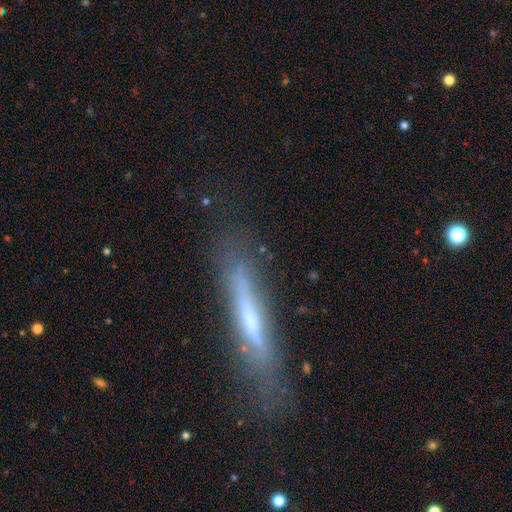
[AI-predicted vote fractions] featured or disk 57%, smooth 34%, star or artifact 10%. Down the decision tree: edge-on disk — yes (83%); merging — none (76%).